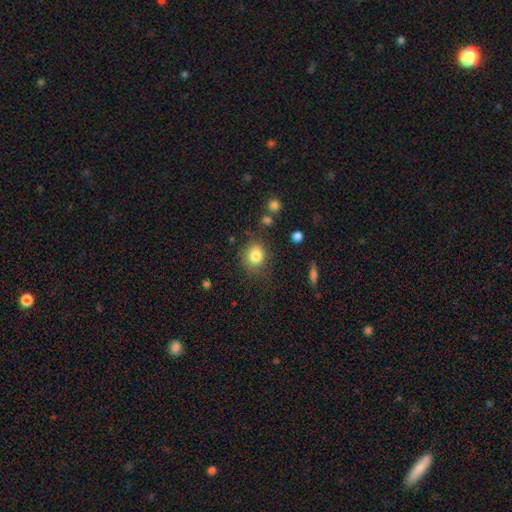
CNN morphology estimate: A smooth galaxy with no disk features (82%) that is round (74%).

Vote fractions:
- Smooth or featured? smooth: 82% / star or artifact: 10% / featured or disk: 8%
- How rounded? round: 74% / in between: 25% / cigar-shaped: 1%
- Merging? none: 78% / minor disturbance: 14% / major disturbance: 5% / merger: 3%